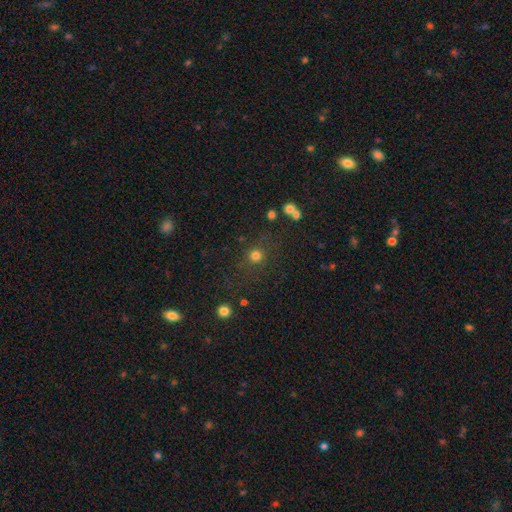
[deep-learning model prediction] The model was most divided on "smooth or featured": smooth: 77%, star or artifact: 17%, featured or disk: 6%. More confident: how rounded — round (91%); merging — none (81%).